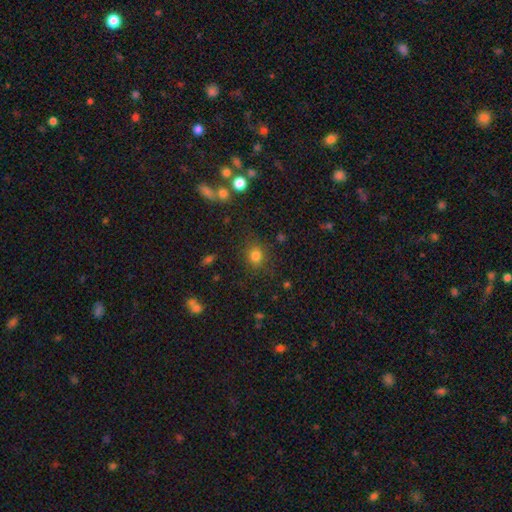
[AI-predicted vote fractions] Smooth or featured? smooth (79%)
How rounded? round (68%)
Merging? none (82%)